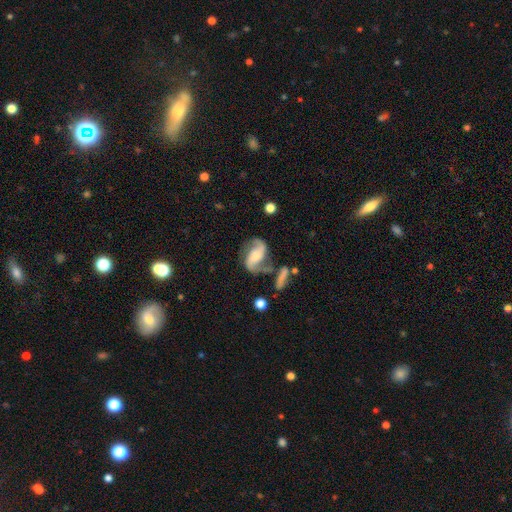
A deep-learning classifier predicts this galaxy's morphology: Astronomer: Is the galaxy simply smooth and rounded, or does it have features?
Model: featured or disk — 83%.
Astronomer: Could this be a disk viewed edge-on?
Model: no — 97%.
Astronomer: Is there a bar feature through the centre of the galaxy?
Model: no — 47% (runner-up: weak, 34%).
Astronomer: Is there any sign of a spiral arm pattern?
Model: yes — 96%.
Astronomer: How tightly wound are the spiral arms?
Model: loose — 50% (runner-up: medium, 39%).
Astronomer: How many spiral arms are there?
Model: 2 — 92%.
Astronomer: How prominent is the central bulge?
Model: small — 40% (runner-up: moderate, 32%).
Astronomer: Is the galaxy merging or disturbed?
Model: none — 57%.